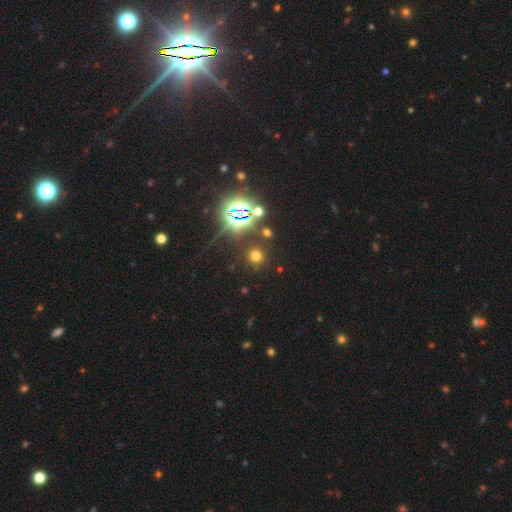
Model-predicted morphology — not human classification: A smooth galaxy with no disk features (57%) that is round (91%).

Vote fractions:
- Smooth or featured? smooth: 57% / star or artifact: 35% / featured or disk: 8%
- How rounded? round: 91% / in between: 7% / cigar-shaped: 1%
- Merging? none: 87% / minor disturbance: 7% / major disturbance: 3% / merger: 3%